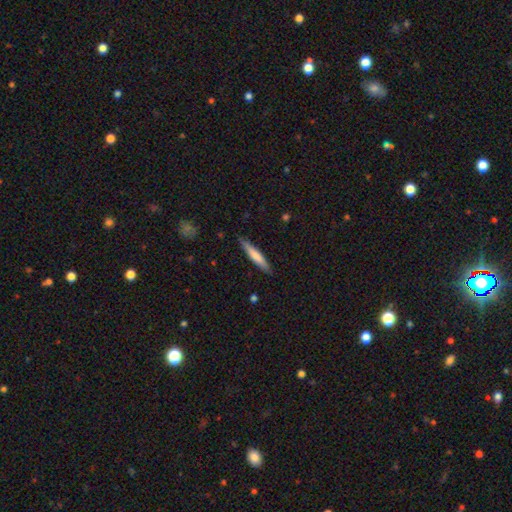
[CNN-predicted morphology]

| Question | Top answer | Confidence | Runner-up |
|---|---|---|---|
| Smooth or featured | smooth | 67% | featured or disk (27%) |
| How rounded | cigar-shaped | 92% | in between (7%) |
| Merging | none | 87% | minor disturbance (10%) |